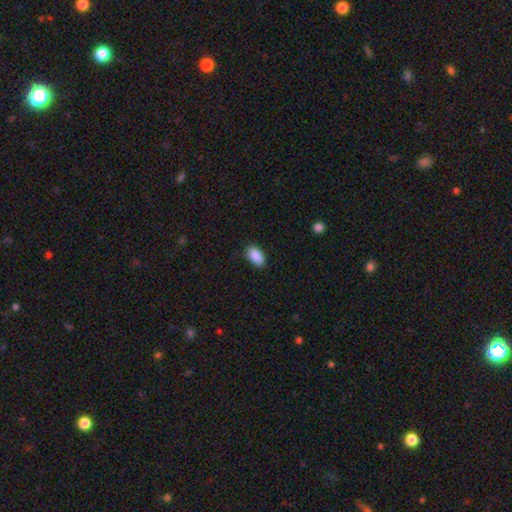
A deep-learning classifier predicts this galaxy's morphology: Smooth or featured?
  - smooth: 90% *
  - star or artifact: 7%
  - featured or disk: 3%
How rounded?
  - in between: 93% *
  - round: 5%
  - cigar-shaped: 2%
Merging?
  - none: 81% *
  - minor disturbance: 15%
  - major disturbance: 3%
  - merger: 1%